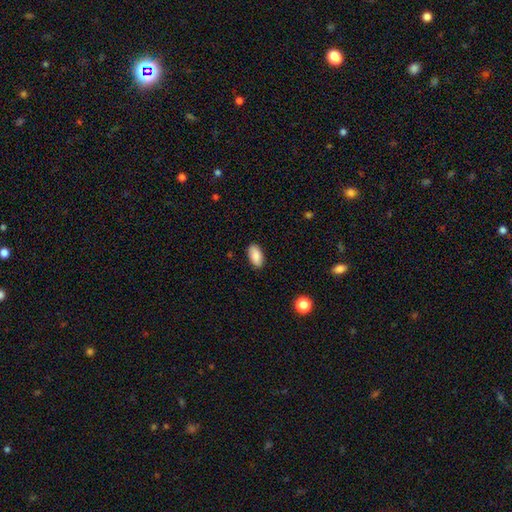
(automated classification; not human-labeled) Smooth or featured: smooth — 88% (star or artifact — 7%)
How rounded: in between — 94% (cigar-shaped — 4%)
Merging: none — 88% (minor disturbance — 9%)